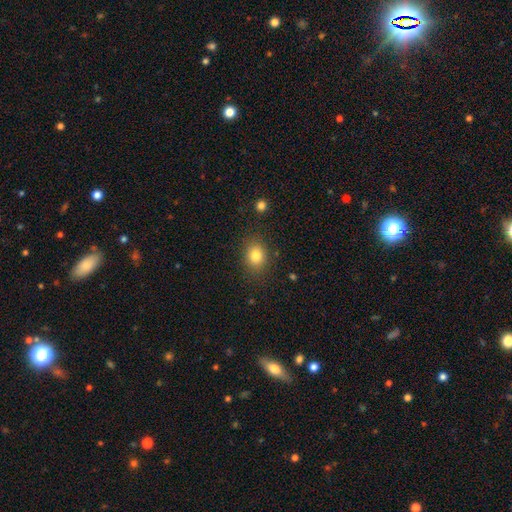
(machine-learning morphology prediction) This is clearly a smooth galaxy (81%). How rounded: possibly round (52%). Merging: clearly none (85%).